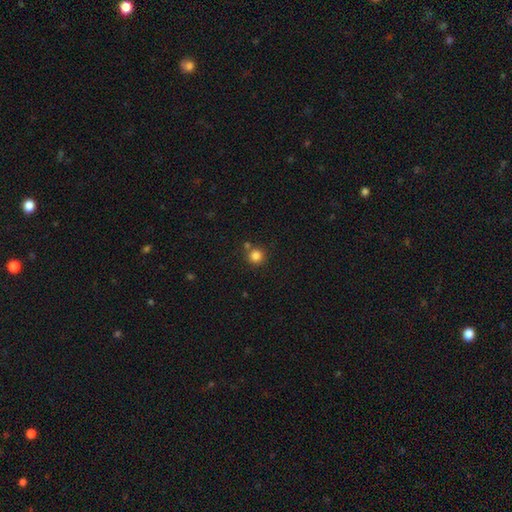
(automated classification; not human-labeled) This appears to be a smooth galaxy with no disk features (83%) that is round (94%). Merging: none (77%).